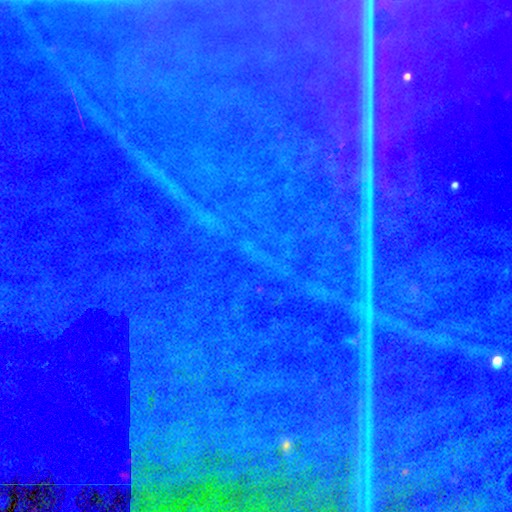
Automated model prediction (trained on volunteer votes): Smooth or featured?
  - star or artifact: 84% *
  - featured or disk: 8%
  - smooth: 8%